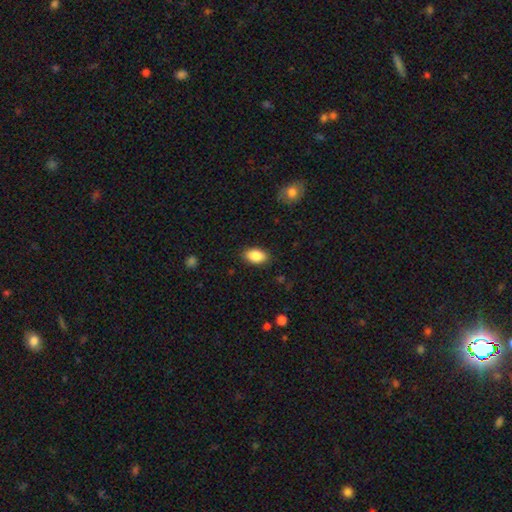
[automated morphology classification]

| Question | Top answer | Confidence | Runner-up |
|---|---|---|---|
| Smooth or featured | smooth | 87% | star or artifact (7%) |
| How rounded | in between | 90% | round (8%) |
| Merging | none | 87% | minor disturbance (9%) |